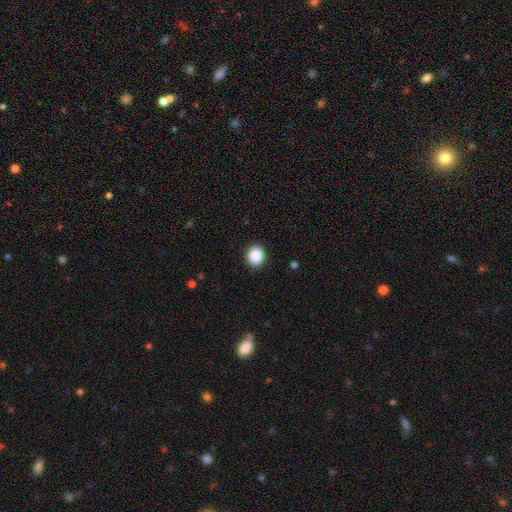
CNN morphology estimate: smooth-or-featured: smooth: 89% | star or artifact: 8% | featured or disk: 3%
  how-rounded: round: 68% | in between: 32% | cigar-shaped: 1%
  merging: none: 90% | minor disturbance: 7% | major disturbance: 2% | merger: 1%